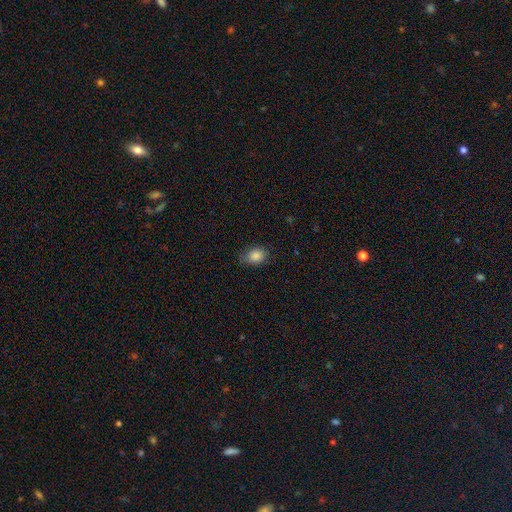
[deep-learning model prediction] smooth 86%, star or artifact 9%, featured or disk 5%. Down the decision tree: how rounded — in between (69%); merging — none (75%).